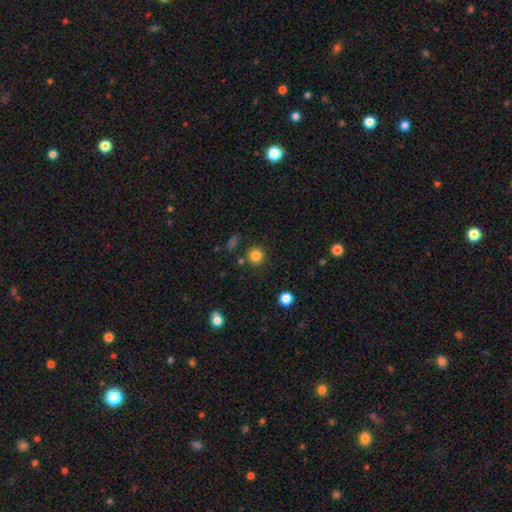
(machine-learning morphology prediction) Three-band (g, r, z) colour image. It shows a smooth galaxy with no disk features (83%) that is round (93%). Merging: none (86%).